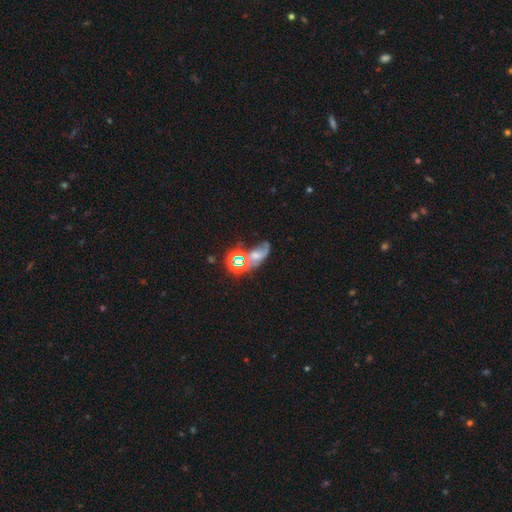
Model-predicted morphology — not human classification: Overall: featured or disk (48%; star or artifact 30%). Merging: merger (31%; none 30%).